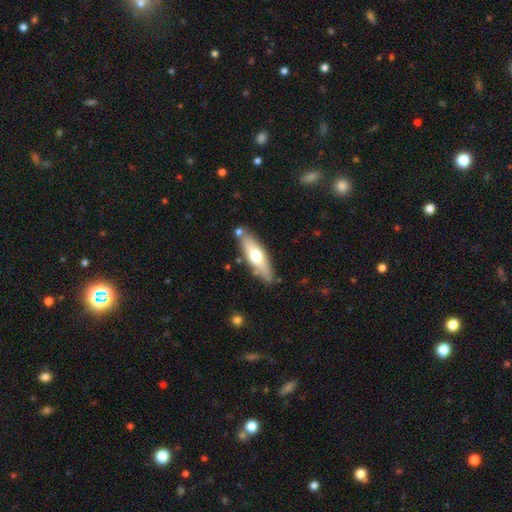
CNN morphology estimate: This is possibly a smooth galaxy (54%). How rounded: possibly cigar-shaped (59%). Merging: clearly none (80%).